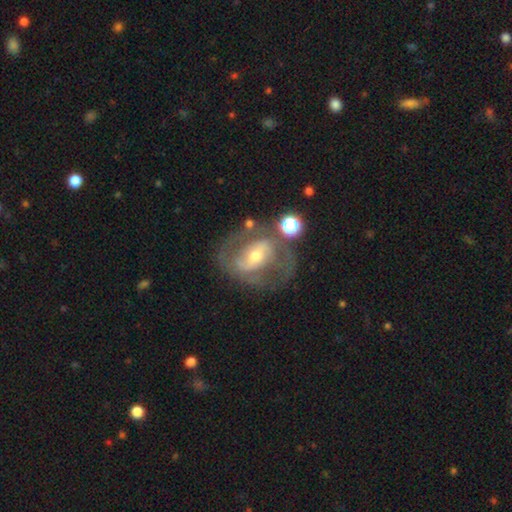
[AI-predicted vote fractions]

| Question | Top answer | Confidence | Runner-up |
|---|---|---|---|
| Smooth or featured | featured or disk | 77% | smooth (15%) |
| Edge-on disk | no | 95% | yes (5%) |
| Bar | weak | 36% | strong (35%) |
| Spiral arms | yes | 71% | no (29%) |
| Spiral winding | medium | 47% | tight (31%) |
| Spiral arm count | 2 | 72% | can't tell (18%) |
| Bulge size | moderate | 52% | small (41%) |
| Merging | none | 58% | minor disturbance (17%) |